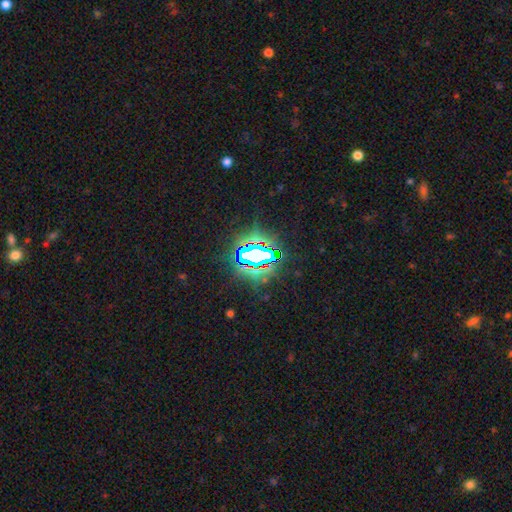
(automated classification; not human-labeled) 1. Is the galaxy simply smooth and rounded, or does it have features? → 79% star or artifact, 11% smooth, 10% featured or disk.